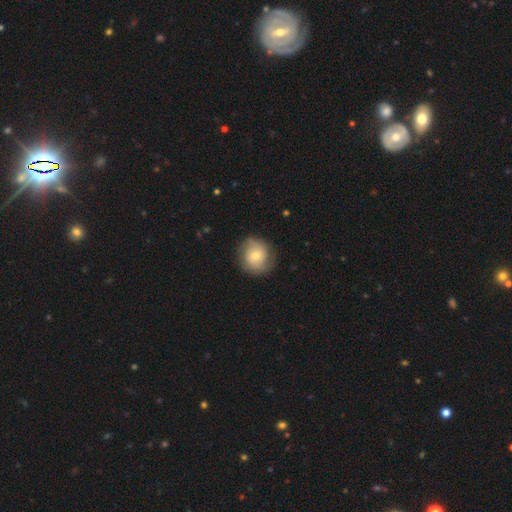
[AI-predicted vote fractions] A smooth galaxy with no disk features (53%) that is round (87%). Merging: none (78%).